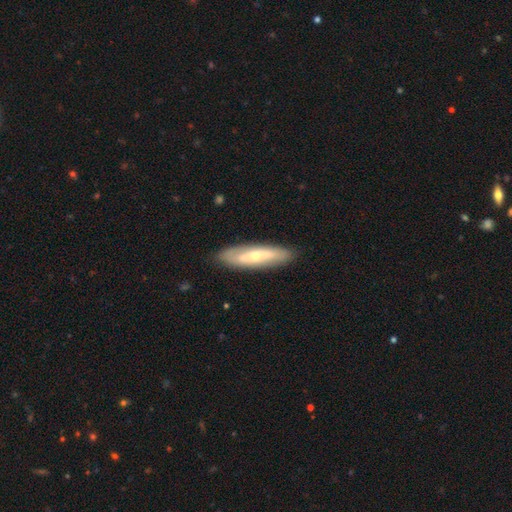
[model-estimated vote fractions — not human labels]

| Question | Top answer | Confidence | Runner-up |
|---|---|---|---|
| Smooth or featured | featured or disk | 52% | smooth (42%) |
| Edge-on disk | no | 58% | yes (42%) |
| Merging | none | 86% | minor disturbance (11%) |